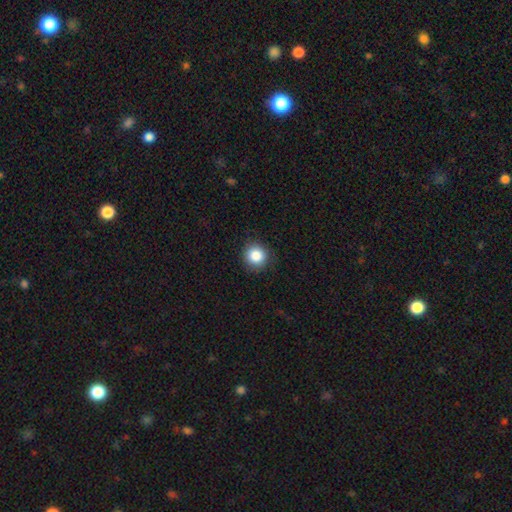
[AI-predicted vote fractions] Smooth or featured? smooth (86%)
How rounded? round (92%)
Merging? none (89%)